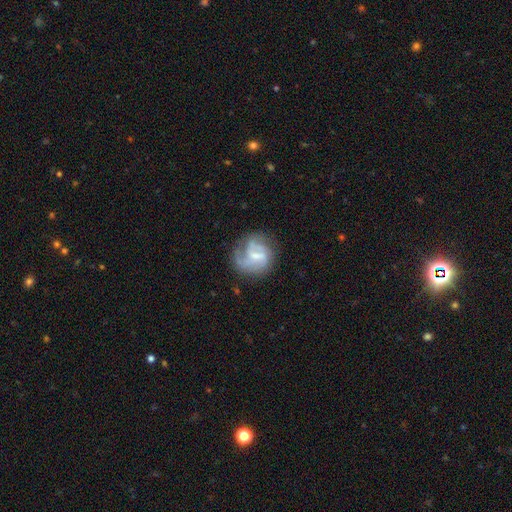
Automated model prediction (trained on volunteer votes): A featured or disk galaxy (69%) with a weak bar (54%), can't tell (28%, tied with 2) medium (42%) spiral arms (81%) and a small central bulge (43%). Merging: none (53%).